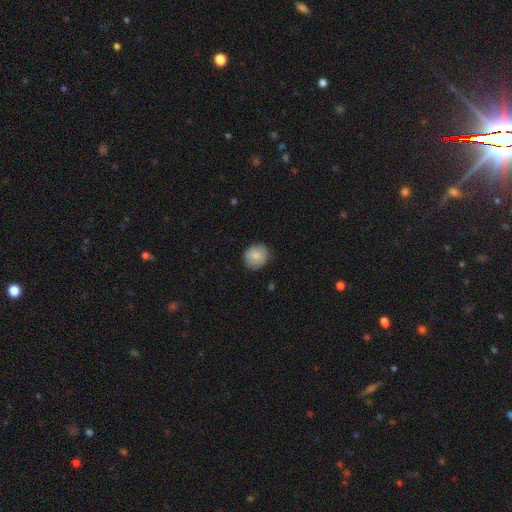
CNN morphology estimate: Smooth or featured? Predicted: smooth (p=0.83). How rounded? Predicted: round (p=0.83). Merging? Predicted: none (p=0.86).